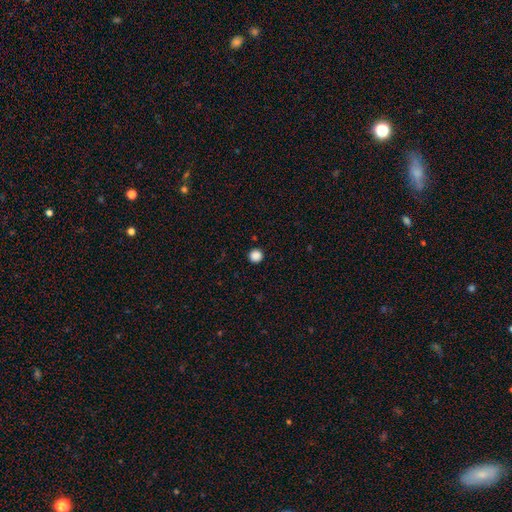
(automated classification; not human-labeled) This is clearly a smooth galaxy (87%). How rounded: clearly round (96%). Merging: clearly none (93%).